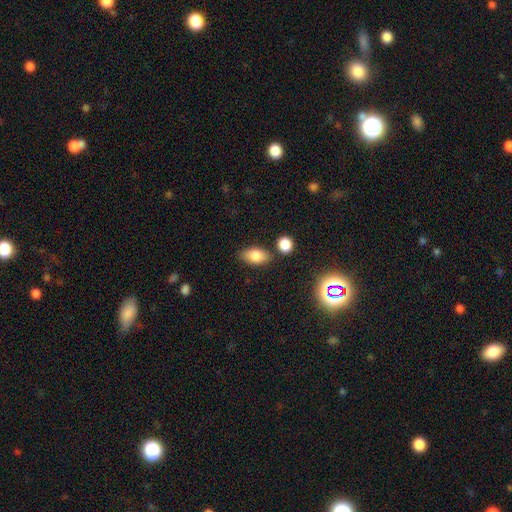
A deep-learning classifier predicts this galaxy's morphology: Q: Smooth or featured?
A: smooth (81%); runner-up: featured or disk (9%)
Q: How rounded?
A: in between (89%); runner-up: round (7%)
Q: Merging?
A: none (77%); runner-up: minor disturbance (13%)